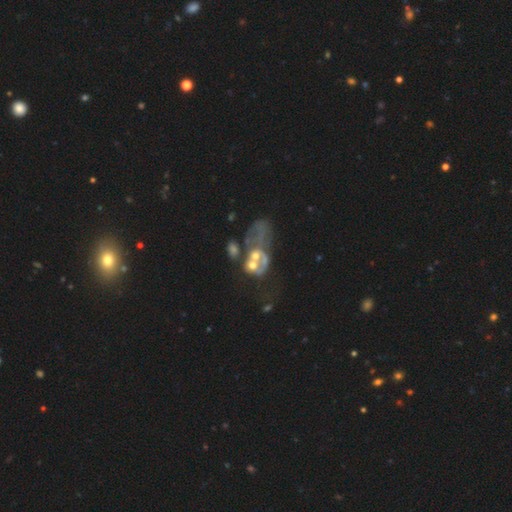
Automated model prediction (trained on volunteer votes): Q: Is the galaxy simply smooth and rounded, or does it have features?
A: featured or disk — 57%.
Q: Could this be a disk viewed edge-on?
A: no — 97%.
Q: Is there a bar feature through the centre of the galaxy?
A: no — 89%.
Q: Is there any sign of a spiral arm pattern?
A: no — 81%.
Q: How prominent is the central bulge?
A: moderate — 48%.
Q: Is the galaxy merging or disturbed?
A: merger — 58%.